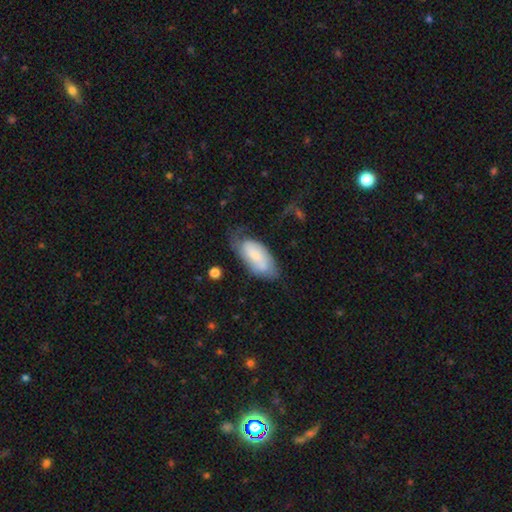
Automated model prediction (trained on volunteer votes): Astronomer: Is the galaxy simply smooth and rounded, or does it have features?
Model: smooth — 51% (runner-up: featured or disk, 42%).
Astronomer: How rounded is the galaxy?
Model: in between — 90%.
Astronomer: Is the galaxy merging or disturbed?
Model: none — 47% (runner-up: minor disturbance, 31%).